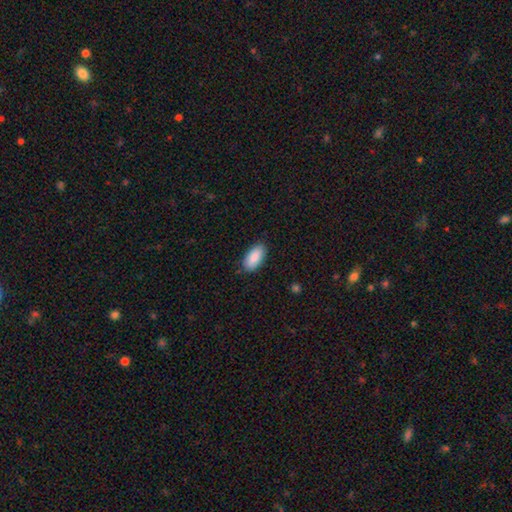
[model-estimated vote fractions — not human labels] Smooth or featured: smooth — 89% (star or artifact — 6%)
How rounded: in between — 92% (cigar-shaped — 6%)
Merging: none — 86% (minor disturbance — 11%)